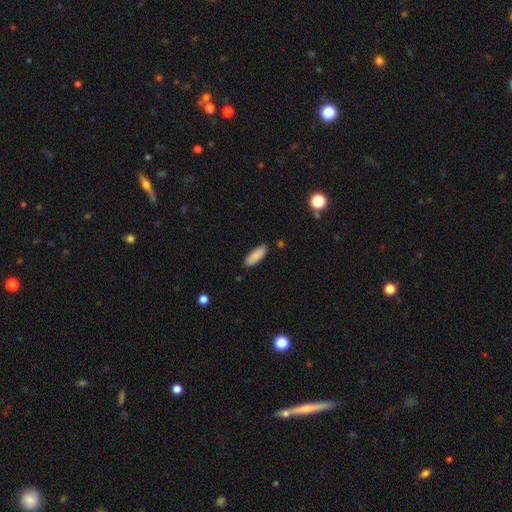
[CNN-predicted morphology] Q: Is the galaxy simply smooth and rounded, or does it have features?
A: smooth — 89%.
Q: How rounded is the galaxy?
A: in between — 61%.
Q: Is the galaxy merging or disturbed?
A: none — 87%.